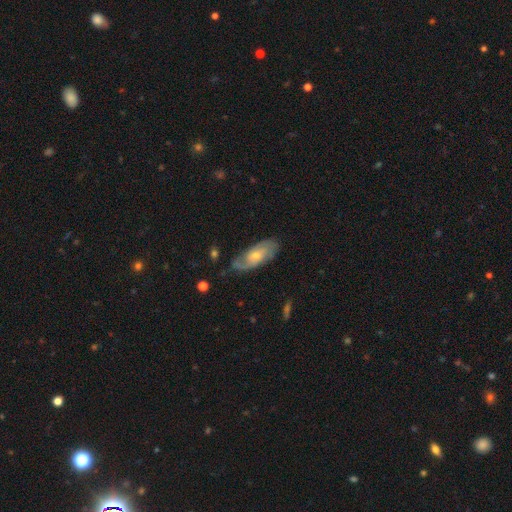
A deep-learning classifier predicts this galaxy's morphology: Q: Smooth or featured?
A: featured or disk (65%); runner-up: smooth (29%)
Q: Edge-on disk?
A: no (90%); runner-up: yes (10%)
Q: Bar?
A: no (64%); runner-up: weak (31%)
Q: Spiral arms?
A: yes (88%); runner-up: no (12%)
Q: Spiral winding?
A: tight (42%); runner-up: medium (41%)
Q: Spiral arm count?
A: 2 (58%); runner-up: can't tell (25%)
Q: Bulge size?
A: moderate (48%); runner-up: small (45%)
Q: Merging?
A: none (72%); runner-up: minor disturbance (20%)